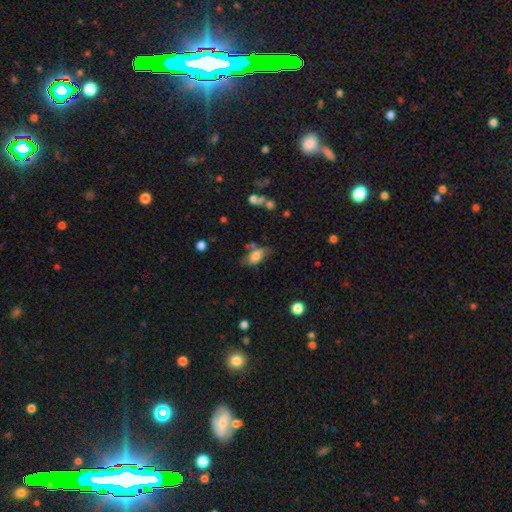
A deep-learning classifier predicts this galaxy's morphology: Q: Smooth or featured?
A: smooth (74%); runner-up: featured or disk (17%)
Q: How rounded?
A: in between (89%); runner-up: cigar-shaped (6%)
Q: Merging?
A: none (52%); runner-up: minor disturbance (29%)